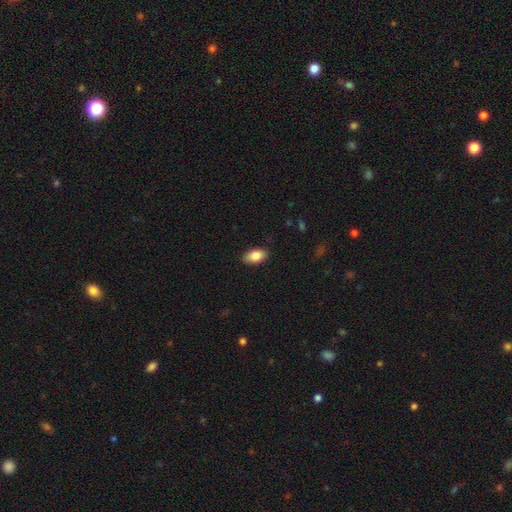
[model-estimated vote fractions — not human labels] Q: Smooth or featured?
A: smooth (85%); runner-up: featured or disk (8%)
Q: How rounded?
A: in between (93%); runner-up: round (4%)
Q: Merging?
A: none (87%); runner-up: minor disturbance (10%)